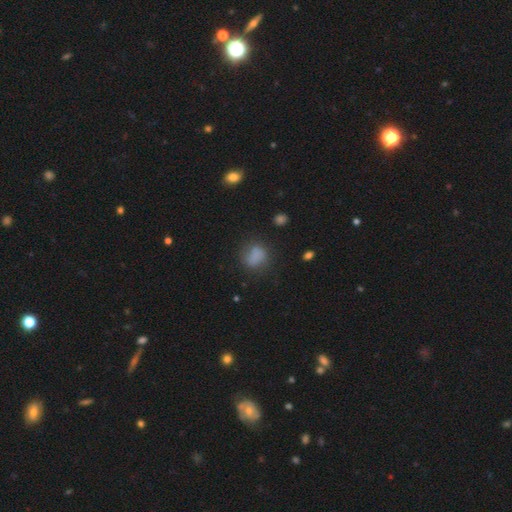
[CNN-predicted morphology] A smooth galaxy with no disk features (77%) that is round (56%). Merging: none (63%).